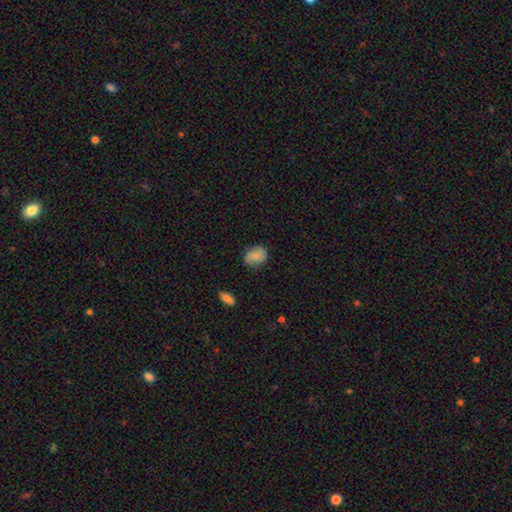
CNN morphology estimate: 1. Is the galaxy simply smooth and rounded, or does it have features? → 79% smooth, 13% featured or disk, 8% star or artifact.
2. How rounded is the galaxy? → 62% in between, 37% round, 1% cigar-shaped.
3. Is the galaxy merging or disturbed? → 77% none, 18% minor disturbance, 4% major disturbance, 1% merger.